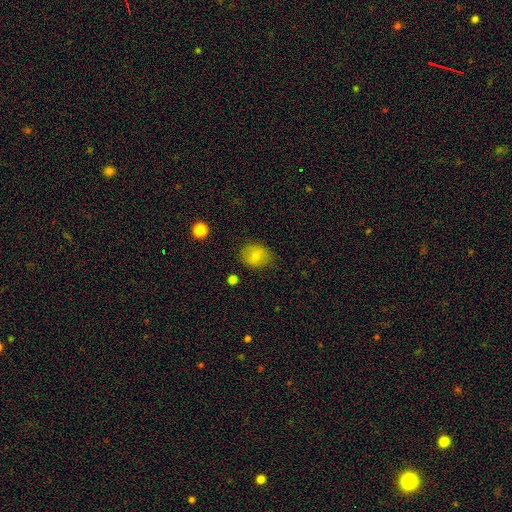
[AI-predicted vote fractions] smooth 75%, featured or disk 15%, star or artifact 10%. Down the decision tree: how rounded — round (50%); merging — none (82%).